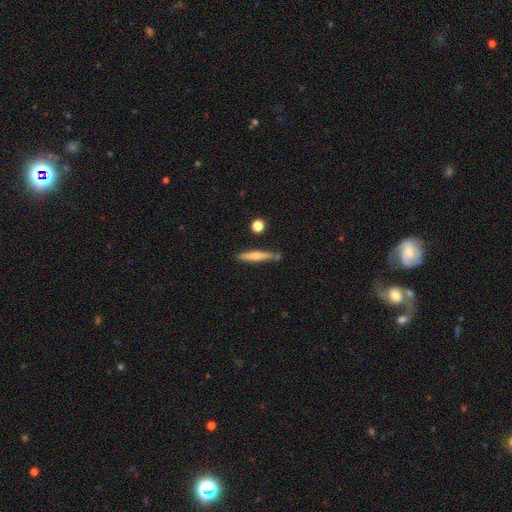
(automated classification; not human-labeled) This is likely a smooth galaxy (65%). How rounded: clearly cigar-shaped (91%). Merging: likely none (76%).